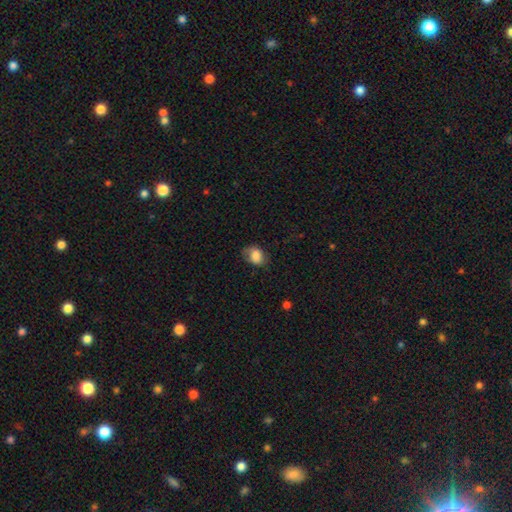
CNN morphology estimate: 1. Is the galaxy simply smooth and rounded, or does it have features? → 79% smooth, 13% featured or disk, 8% star or artifact.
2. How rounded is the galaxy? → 67% in between, 32% round, 1% cigar-shaped.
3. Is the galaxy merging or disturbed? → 58% none, 29% minor disturbance, 12% major disturbance, 1% merger.